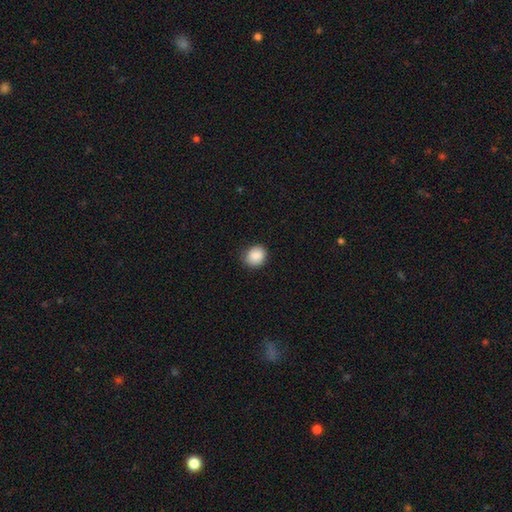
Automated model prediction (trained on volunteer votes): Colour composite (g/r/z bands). It shows a smooth galaxy with no disk features (88%) that is round (75%). Merging: none (85%).